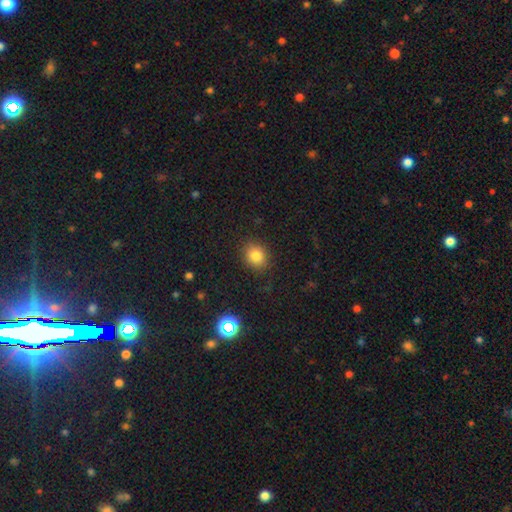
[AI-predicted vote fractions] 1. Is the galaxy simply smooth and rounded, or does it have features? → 81% smooth, 13% star or artifact, 6% featured or disk.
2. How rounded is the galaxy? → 66% round, 33% in between, 1% cigar-shaped.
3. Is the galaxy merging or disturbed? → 86% none, 9% minor disturbance, 3% major disturbance, 1% merger.